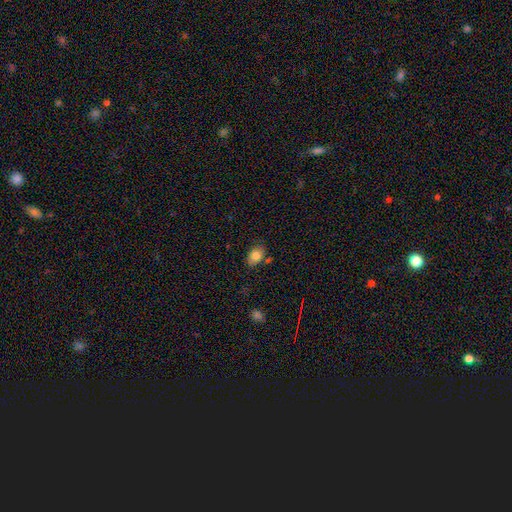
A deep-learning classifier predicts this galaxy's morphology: This is clearly a smooth galaxy (82%). How rounded: likely in between (78%). Merging: likely none (74%).